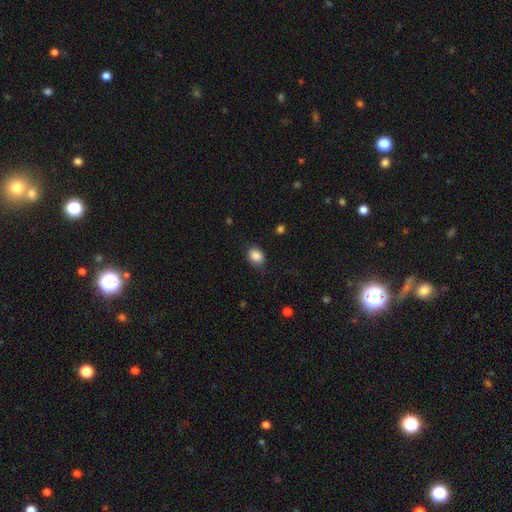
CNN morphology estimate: smooth_or_featured: smooth (p=0.85) [alt: star or artifact p=0.08]
how_rounded: in between (p=0.59) [alt: round p=0.40]
merging: none (p=0.74) [alt: minor disturbance p=0.20]